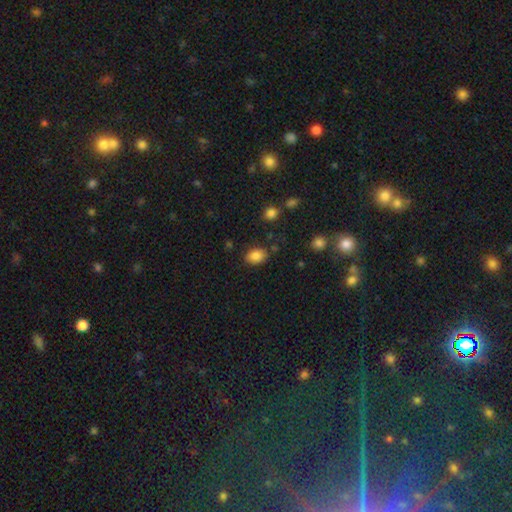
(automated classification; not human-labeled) This is clearly a smooth galaxy (85%). How rounded: likely in between (76%). Merging: likely none (78%).